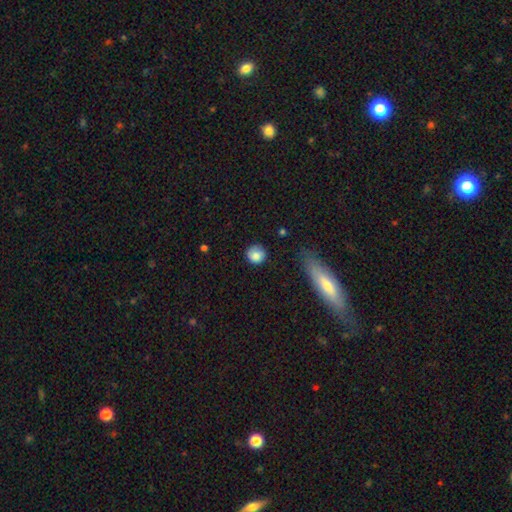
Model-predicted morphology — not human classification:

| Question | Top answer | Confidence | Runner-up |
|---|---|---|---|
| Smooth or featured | smooth | 83% | featured or disk (9%) |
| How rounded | round | 87% | in between (12%) |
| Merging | none | 71% | minor disturbance (21%) |